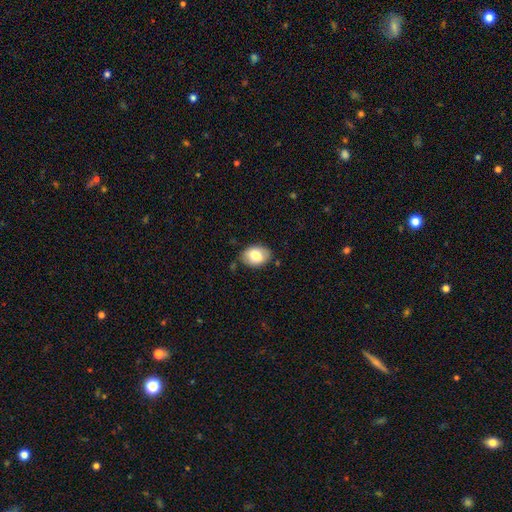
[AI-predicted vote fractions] This is likely a smooth galaxy (78%). How rounded: likely in between (77%). Merging: likely none (80%).